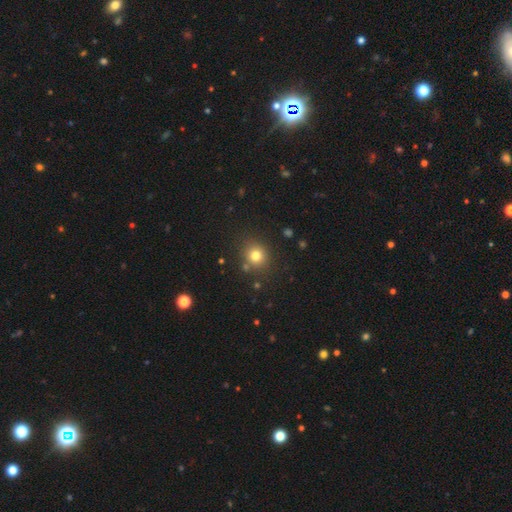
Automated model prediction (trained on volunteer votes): This is likely a smooth galaxy (77%). How rounded: clearly round (86%). Merging: clearly none (83%).